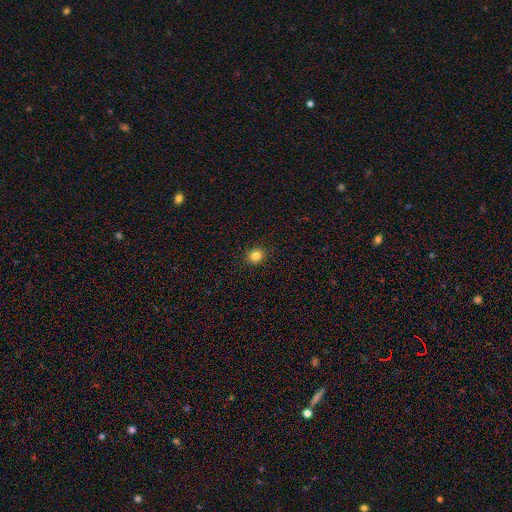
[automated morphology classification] Smooth or featured? smooth (82%)
How rounded? round (86%)
Merging? none (92%)